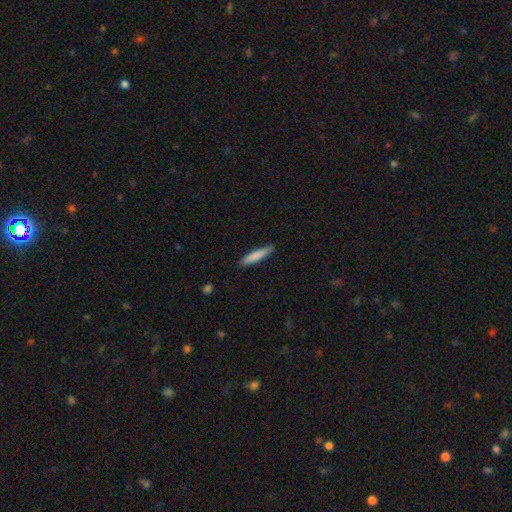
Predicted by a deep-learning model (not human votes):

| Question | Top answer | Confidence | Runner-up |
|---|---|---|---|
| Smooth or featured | smooth | 80% | featured or disk (14%) |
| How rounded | cigar-shaped | 89% | in between (9%) |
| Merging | none | 87% | minor disturbance (10%) |